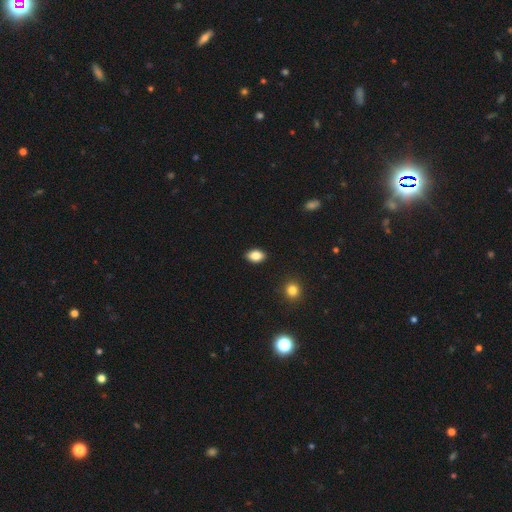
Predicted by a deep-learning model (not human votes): smooth-or-featured: smooth: 85% | star or artifact: 9% | featured or disk: 6%
  how-rounded: in between: 85% | round: 13% | cigar-shaped: 2%
  merging: none: 88% | minor disturbance: 9% | major disturbance: 2% | merger: 1%